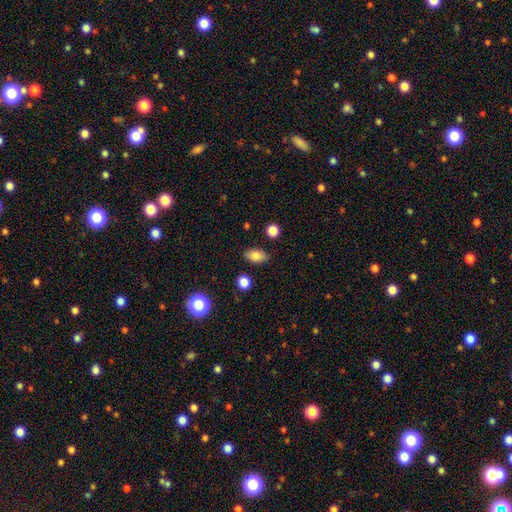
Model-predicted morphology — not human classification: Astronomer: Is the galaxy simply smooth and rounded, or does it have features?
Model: smooth — 82%.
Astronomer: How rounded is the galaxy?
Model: in between — 87%.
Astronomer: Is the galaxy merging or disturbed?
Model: none — 85%.